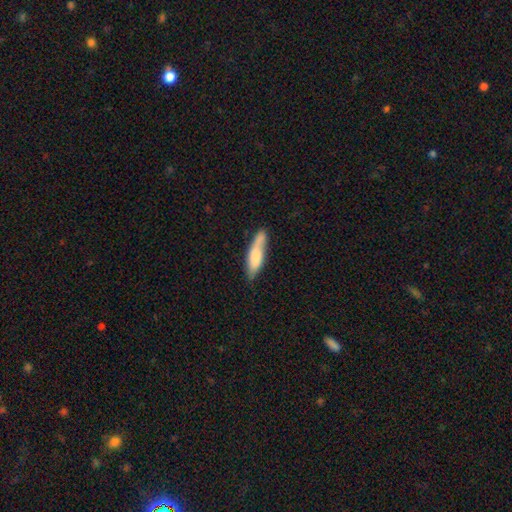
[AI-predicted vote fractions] A smooth galaxy with no disk features (72%) that is cigar-shaped (63%). Merging: none (66%).